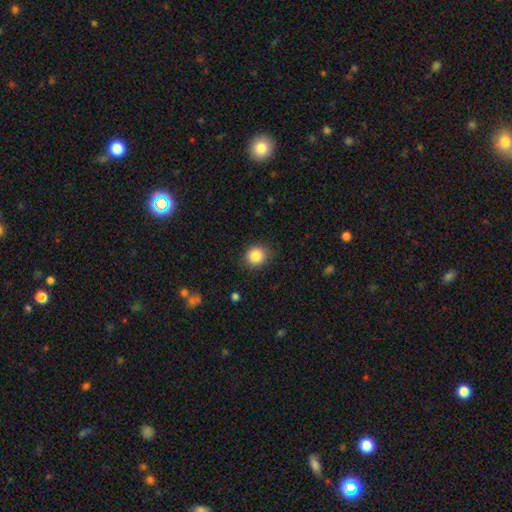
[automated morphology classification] The model was most divided on "how rounded": round: 87%, in between: 12%, cigar-shaped: 1%. More confident: merging — none (88%); smooth or featured — smooth (85%).